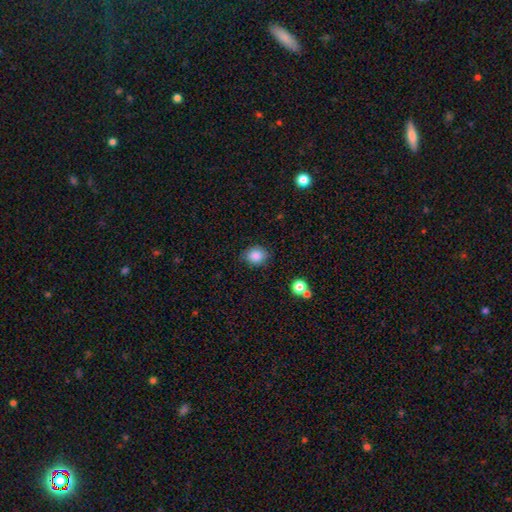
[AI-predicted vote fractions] This appears to be a smooth galaxy with no disk features (85%) that is round (59%). Merging: none (79%).